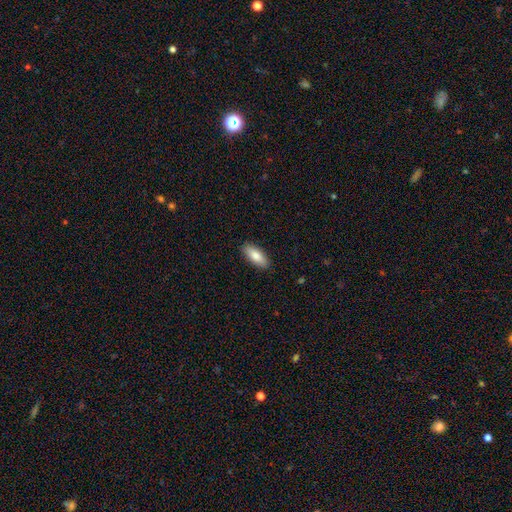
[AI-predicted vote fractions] Smooth or featured? Predicted: smooth (p=0.82). How rounded? Predicted: in between (p=0.76). Merging? Predicted: none (p=0.90).